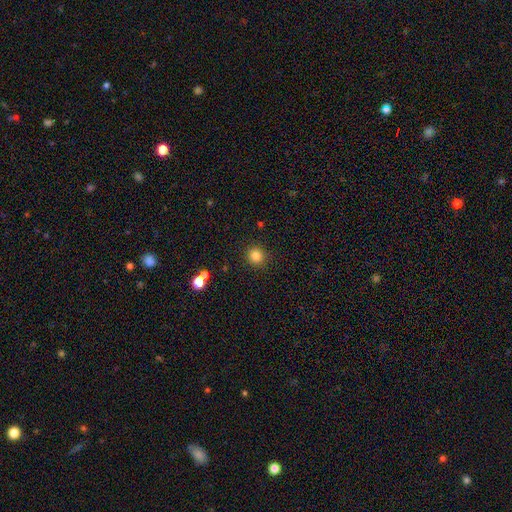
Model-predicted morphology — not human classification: Smooth or featured? smooth (83%)
How rounded? round (92%)
Merging? none (90%)